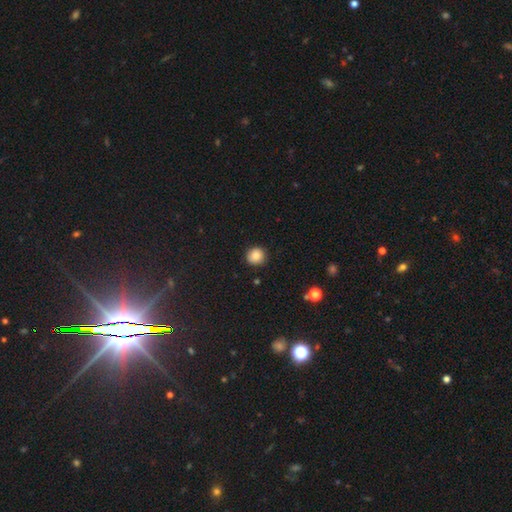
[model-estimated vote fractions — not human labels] smooth-or-featured: smooth: 86% | star or artifact: 10% | featured or disk: 4%
  how-rounded: round: 91% | in between: 8% | cigar-shaped: 1%
  merging: none: 89% | minor disturbance: 8% | major disturbance: 2% | merger: 1%